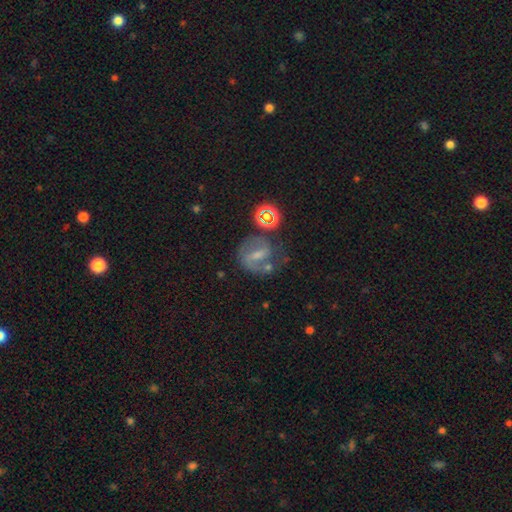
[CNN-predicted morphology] smooth-or-featured: featured or disk: 68% | smooth: 17% | star or artifact: 15%
  disk-edge-on: no: 96% | yes: 4%
    bar: weak: 44% | strong: 40% | no: 16%
    has-spiral-arms: yes: 86% | no: 14%
      spiral-winding: medium: 49% | tight: 27% | loose: 24%
      spiral-arm-count: 2: 75% | 1: 11% | can't tell: 10% | 3: 2% | 4: 1% | more than 4: 1%
    bulge-size: small: 56% | moderate: 28% | none: 11% | large: 2% | dominant: 1%
  merging: none: 58% | minor disturbance: 19% | major disturbance: 13% | merger: 9%